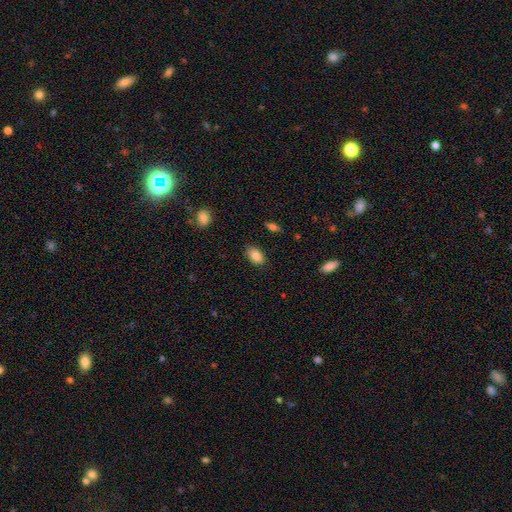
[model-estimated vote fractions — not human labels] Smooth or featured?
  - smooth: 86% *
  - star or artifact: 8%
  - featured or disk: 6%
How rounded?
  - in between: 90% *
  - round: 8%
  - cigar-shaped: 2%
Merging?
  - none: 85% *
  - minor disturbance: 11%
  - major disturbance: 2%
  - merger: 1%